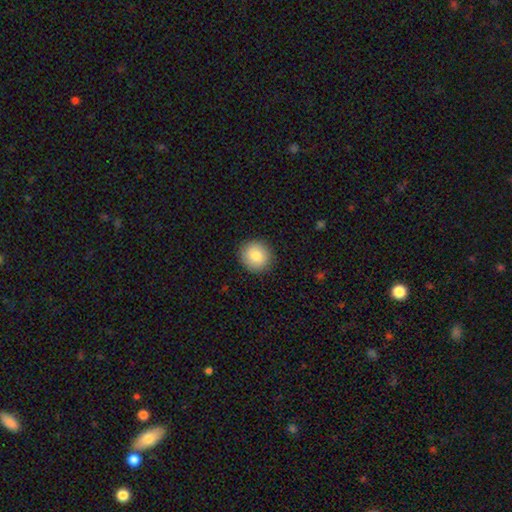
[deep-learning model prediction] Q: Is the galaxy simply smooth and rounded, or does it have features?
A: smooth — 85%.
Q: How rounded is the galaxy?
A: round — 89%.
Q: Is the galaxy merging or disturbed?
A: none — 90%.